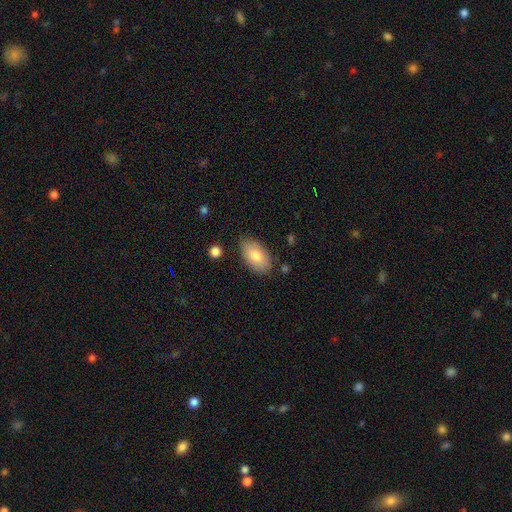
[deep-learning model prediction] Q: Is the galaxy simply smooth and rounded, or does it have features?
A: smooth — 81%.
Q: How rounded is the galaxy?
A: in between — 94%.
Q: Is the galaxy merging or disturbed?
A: none — 79%.